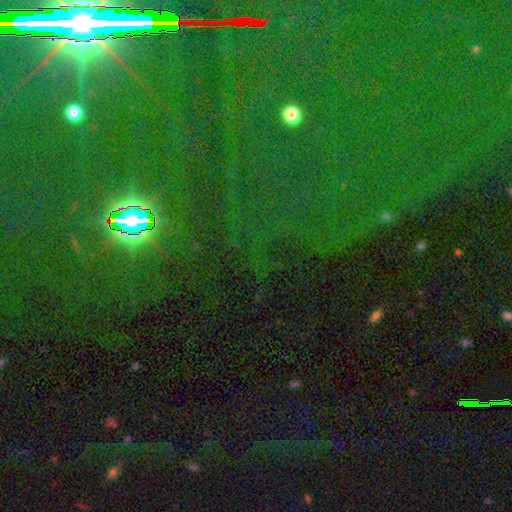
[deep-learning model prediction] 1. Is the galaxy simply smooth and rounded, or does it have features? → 83% star or artifact, 9% smooth, 8% featured or disk.